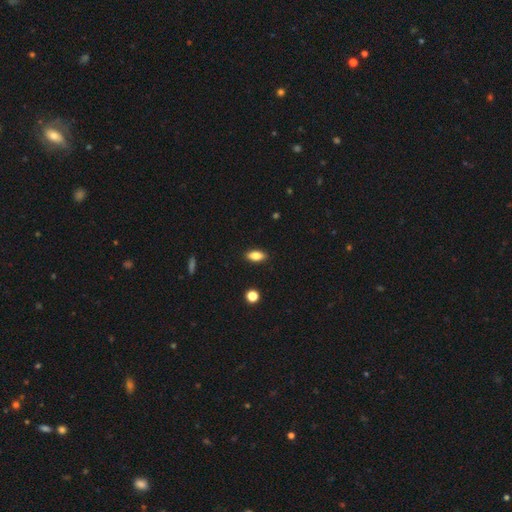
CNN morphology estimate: smooth_or_featured: smooth (p=0.81) [alt: featured or disk p=0.10]
how_rounded: in between (p=0.86) [alt: cigar-shaped p=0.10]
merging: none (p=0.89) [alt: minor disturbance p=0.08]